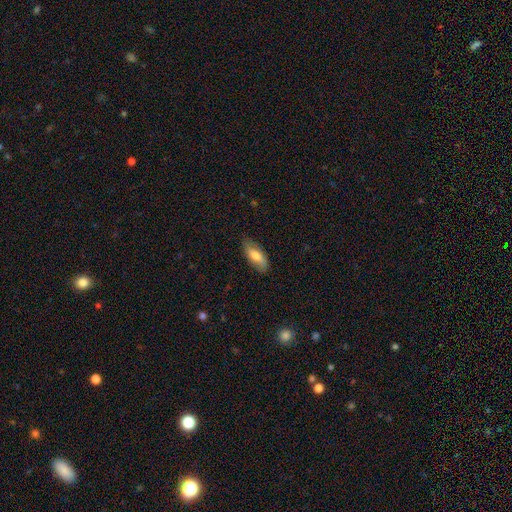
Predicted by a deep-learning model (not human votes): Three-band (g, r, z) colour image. It shows a smooth galaxy with no disk features (66%) that is in between round and cigar-shaped (80%). Merging: none (77%).